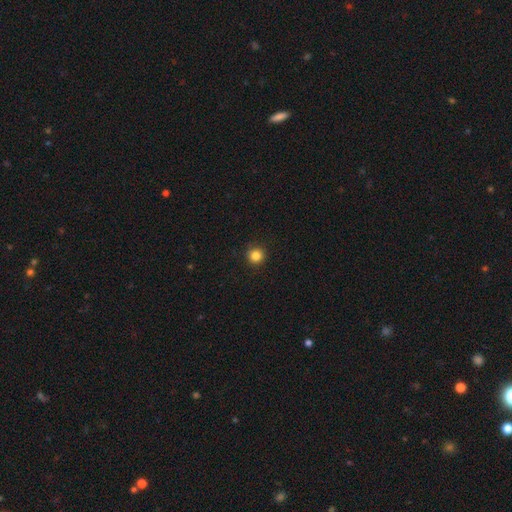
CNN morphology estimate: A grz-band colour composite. It shows a smooth galaxy with no disk features (84%) that is round (95%). Merging: none (91%).